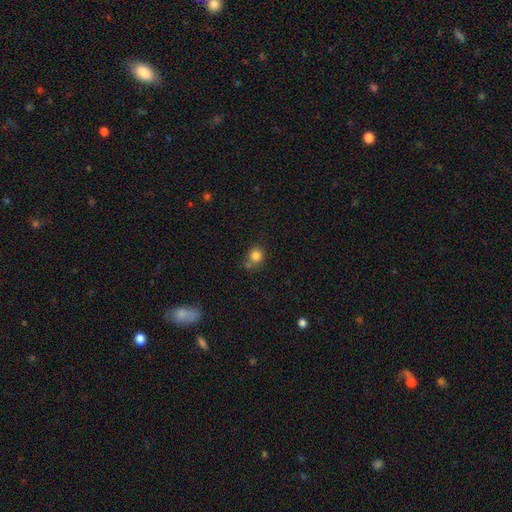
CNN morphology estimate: Smooth or featured: smooth — 82% (star or artifact — 12%)
How rounded: round — 86% (in between — 13%)
Merging: none — 62% (merger — 19%)